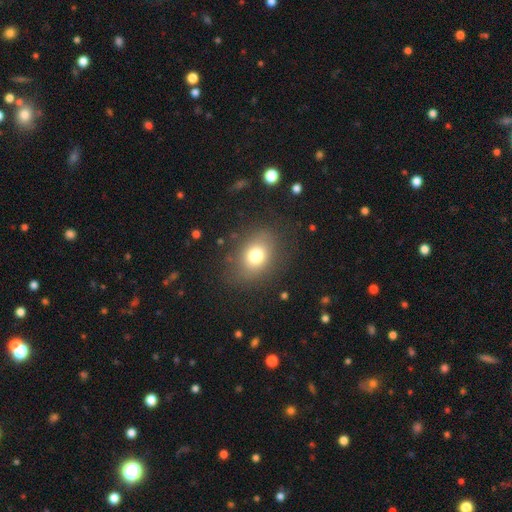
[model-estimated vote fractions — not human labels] This appears to be a smooth galaxy with no disk features (75%) that is in between round and cigar-shaped (58%). Merging: none (78%).